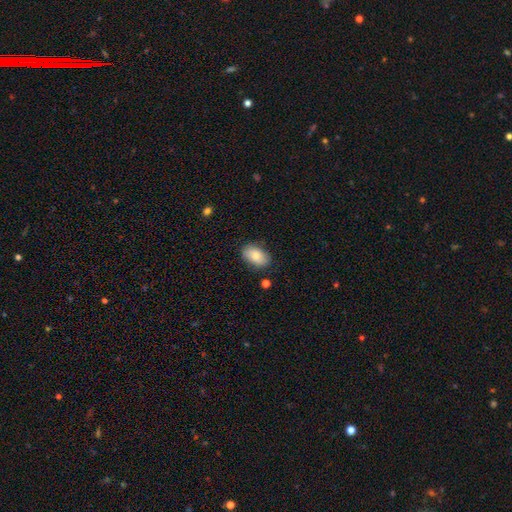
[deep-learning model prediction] This appears to be a smooth galaxy with no disk features (82%) that is in between round and cigar-shaped (92%). Merging: none (82%).